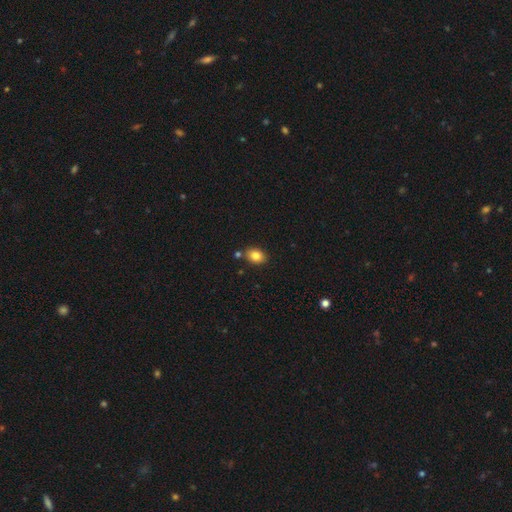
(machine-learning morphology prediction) Q: Smooth or featured?
A: smooth (83%); runner-up: star or artifact (9%)
Q: How rounded?
A: in between (71%); runner-up: round (28%)
Q: Merging?
A: none (79%); runner-up: minor disturbance (11%)